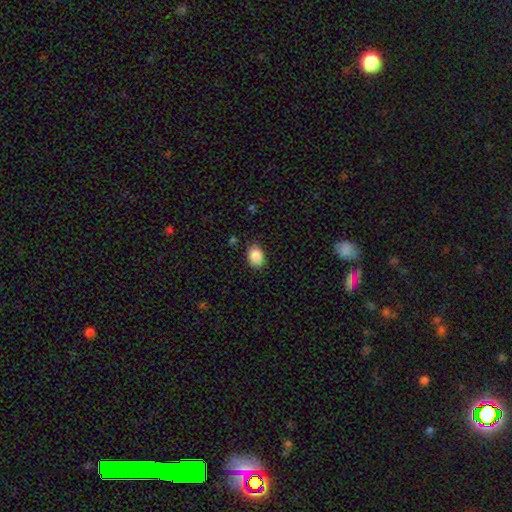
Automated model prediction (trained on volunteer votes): Overall: smooth (88%). How rounded: in between (74%). Merging: none (86%).